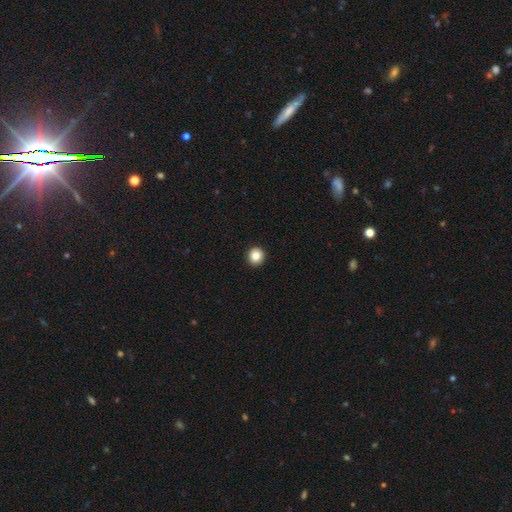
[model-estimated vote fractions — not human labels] Smooth or featured: smooth — 86% (star or artifact — 10%)
How rounded: round — 93% (in between — 6%)
Merging: none — 94% (minor disturbance — 4%)